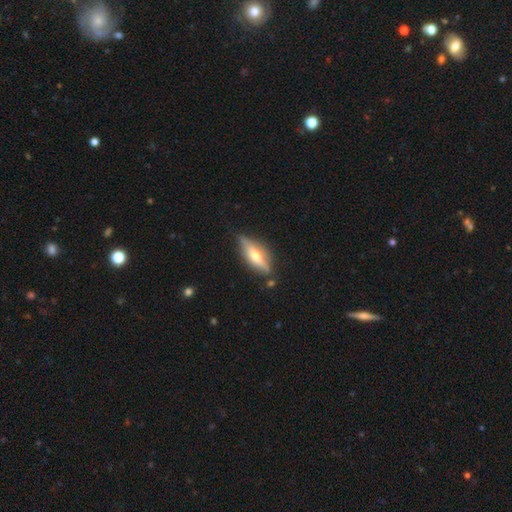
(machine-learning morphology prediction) A featured or disk galaxy (56%) viewed edge-on (87%).

Vote fractions:
- Smooth or featured? featured or disk: 56% / smooth: 37% / star or artifact: 6%
- Edge-on disk? yes: 87% / no: 13%
- Merging? none: 75% / minor disturbance: 18% / major disturbance: 4% / merger: 3%